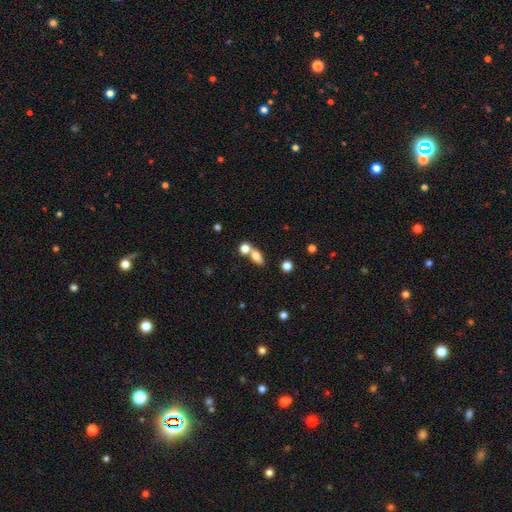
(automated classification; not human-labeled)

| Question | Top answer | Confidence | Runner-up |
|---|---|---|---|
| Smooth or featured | smooth | 76% | featured or disk (14%) |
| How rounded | in between | 72% | round (19%) |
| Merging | merger | 44% | none (42%) |